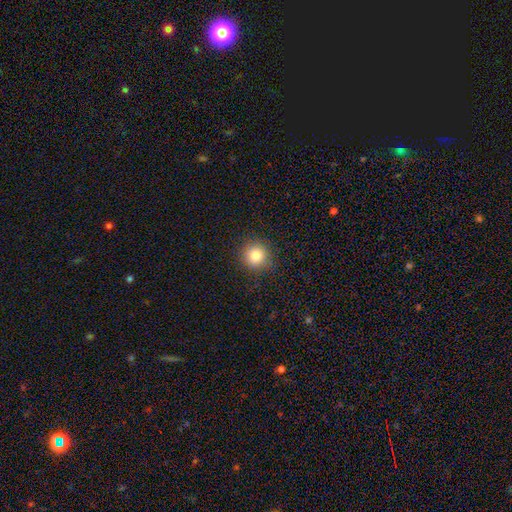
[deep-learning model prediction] Smooth or featured: smooth — 81% (star or artifact — 12%)
How rounded: round — 95% (in between — 5%)
Merging: none — 91% (minor disturbance — 6%)